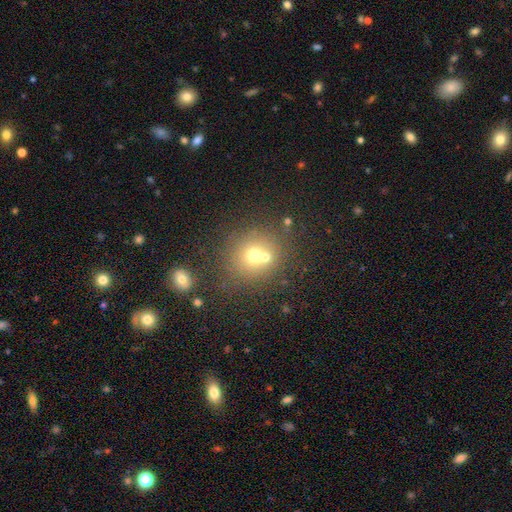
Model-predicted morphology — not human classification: Smooth or featured? smooth (65%)
How rounded? round (87%)
Merging? none (54%)